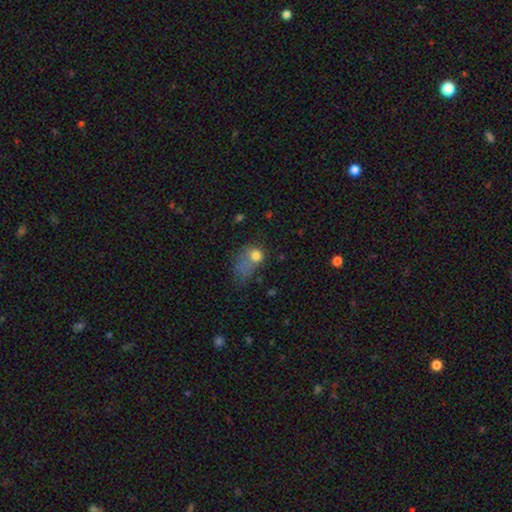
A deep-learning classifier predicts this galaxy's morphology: smooth_or_featured: smooth (p=0.71) [alt: featured or disk p=0.16]
how_rounded: in between (p=0.54) [alt: round p=0.44]
merging: major disturbance (p=0.48) [alt: minor disturbance p=0.19]